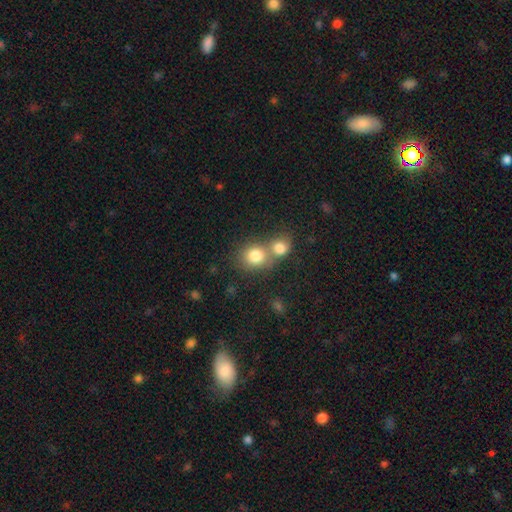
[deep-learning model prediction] Morphology: type=smooth (80%); roundness=round (76%); merging=merger (52%).